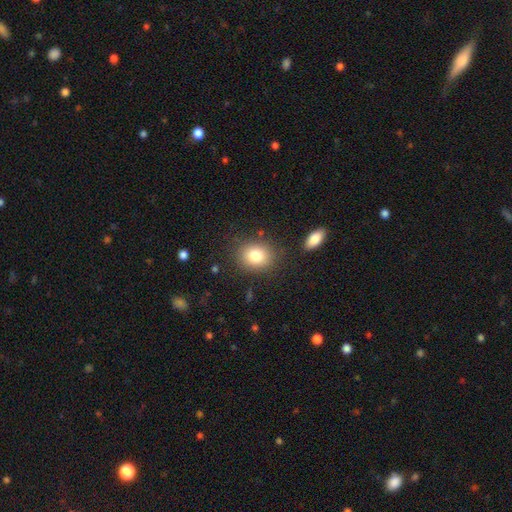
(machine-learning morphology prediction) Smooth or featured? Predicted: smooth (p=0.81). How rounded? Predicted: round (p=0.61). Merging? Predicted: none (p=0.83).